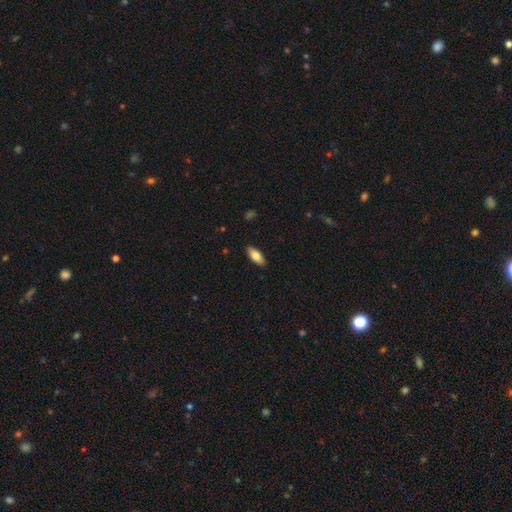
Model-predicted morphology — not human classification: Q: Smooth or featured?
A: smooth (77%); runner-up: featured or disk (17%)
Q: How rounded?
A: in between (80%); runner-up: cigar-shaped (17%)
Q: Merging?
A: none (89%); runner-up: minor disturbance (8%)